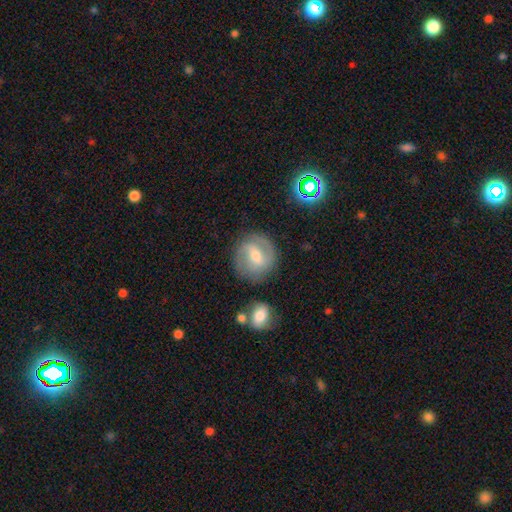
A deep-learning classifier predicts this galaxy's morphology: smooth-or-featured: featured or disk: 68% | smooth: 24% | star or artifact: 7%
  disk-edge-on: no: 97% | yes: 3%
    bar: weak: 50% | strong: 29% | no: 21%
    has-spiral-arms: yes: 88% | no: 12%
      spiral-winding: medium: 47% | tight: 33% | loose: 20%
      spiral-arm-count: 2: 82% | can't tell: 10% | 3: 4% | 1: 3% | 4: 1% | more than 4: 1%
    bulge-size: moderate: 55% | small: 40% | large: 3% | none: 2% | dominant: 1%
  merging: none: 80% | minor disturbance: 12% | major disturbance: 4% | merger: 4%